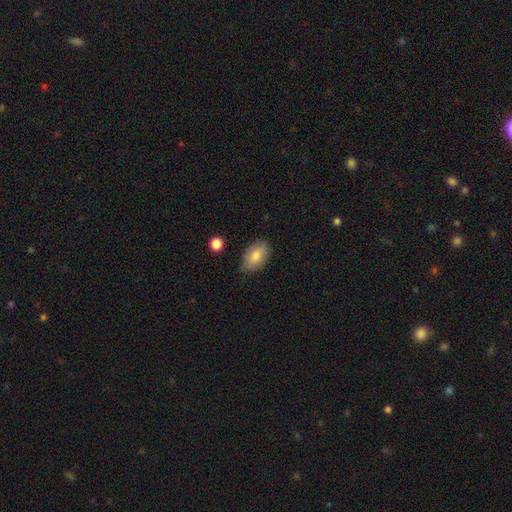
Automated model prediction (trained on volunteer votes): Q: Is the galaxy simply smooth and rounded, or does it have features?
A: smooth — 83%.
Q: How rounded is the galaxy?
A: in between — 92%.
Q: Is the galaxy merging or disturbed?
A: none — 78%.